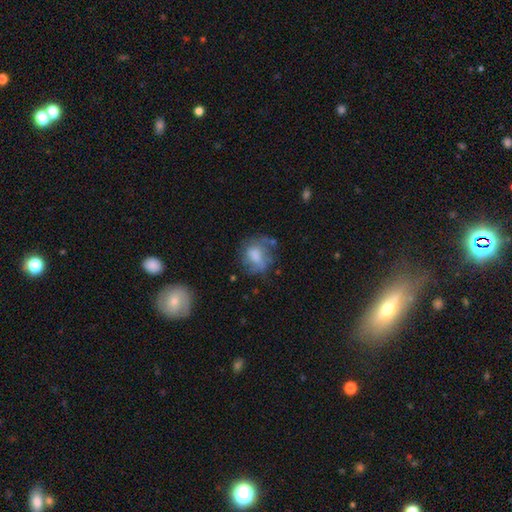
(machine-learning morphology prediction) Overall: smooth (55%; featured or disk 35%). How rounded: round (50%; in between 48%). Merging: none (43%; minor disturbance 27%).